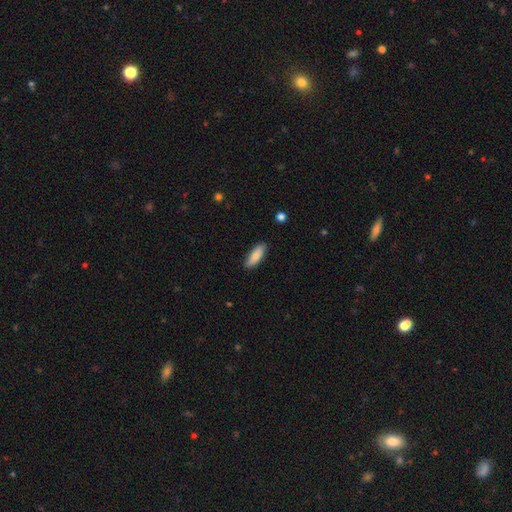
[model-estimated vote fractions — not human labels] smooth 80%, featured or disk 14%, star or artifact 6%. Down the decision tree: how rounded — in between (56%); merging — none (87%).